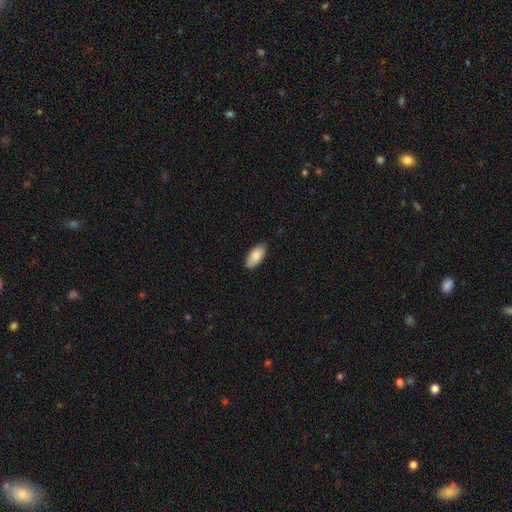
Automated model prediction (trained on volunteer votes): Smooth or featured? Predicted: smooth (p=0.88). How rounded? Predicted: in between (p=0.91). Merging? Predicted: none (p=0.86).